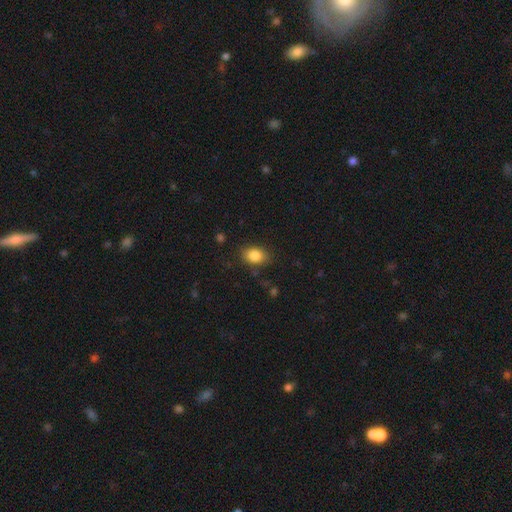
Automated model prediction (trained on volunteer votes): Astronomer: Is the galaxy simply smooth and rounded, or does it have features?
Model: smooth — 85%.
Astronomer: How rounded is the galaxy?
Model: in between — 70%.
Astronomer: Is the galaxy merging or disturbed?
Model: none — 81%.